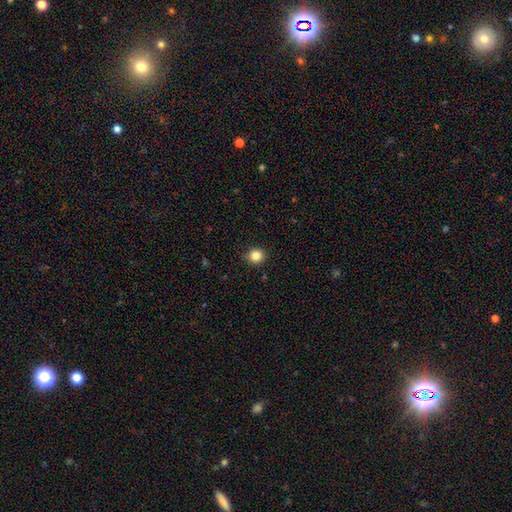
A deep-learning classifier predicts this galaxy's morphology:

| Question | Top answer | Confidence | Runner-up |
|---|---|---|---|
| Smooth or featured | smooth | 84% | star or artifact (11%) |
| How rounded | round | 92% | in between (7%) |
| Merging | none | 91% | minor disturbance (6%) |